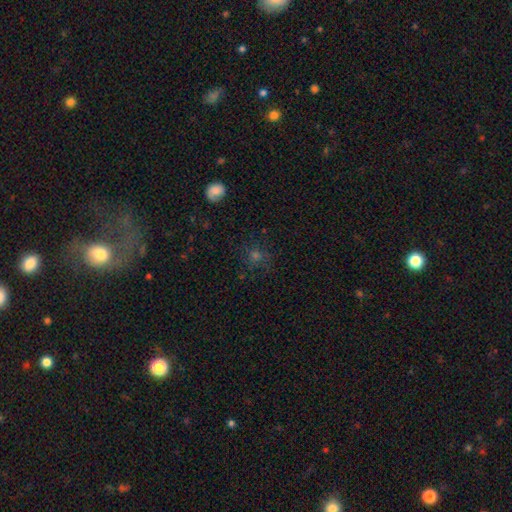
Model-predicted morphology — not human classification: This is possibly a smooth galaxy (47%). Merging: likely none (78%).